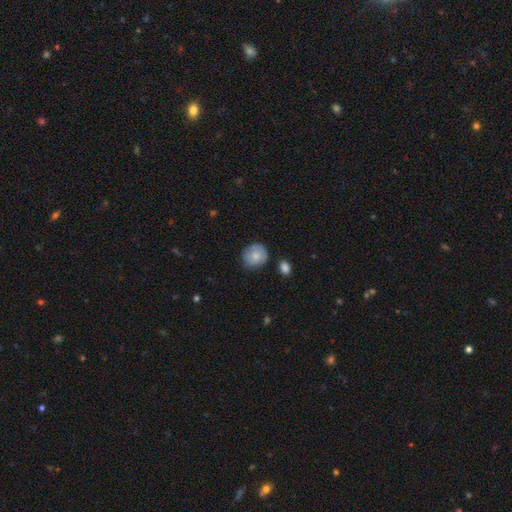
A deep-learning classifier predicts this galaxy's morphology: Smooth or featured? Predicted: smooth (p=0.75). How rounded? Predicted: round (p=0.85). Merging? Predicted: none (p=0.76).